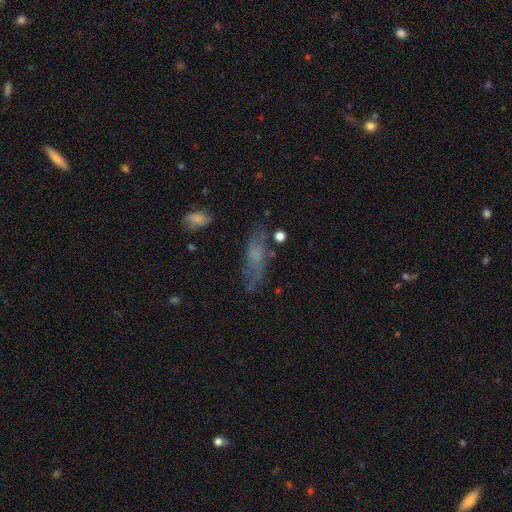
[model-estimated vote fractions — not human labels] Smooth or featured: smooth — 49% (featured or disk — 37%)
Merging: none — 57% (minor disturbance — 24%)